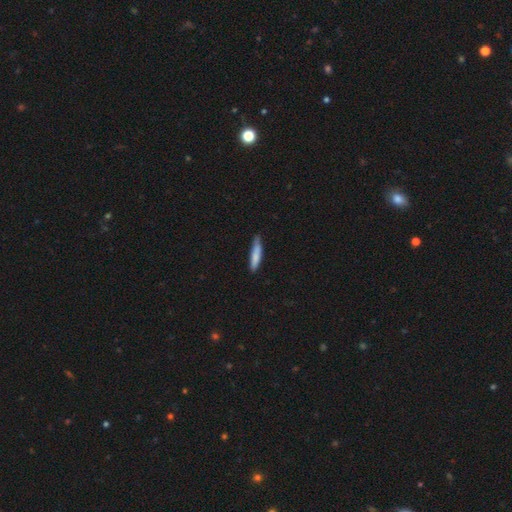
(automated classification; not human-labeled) Q: Smooth or featured?
A: smooth (80%); runner-up: featured or disk (15%)
Q: How rounded?
A: cigar-shaped (86%); runner-up: in between (12%)
Q: Merging?
A: none (71%); runner-up: minor disturbance (24%)